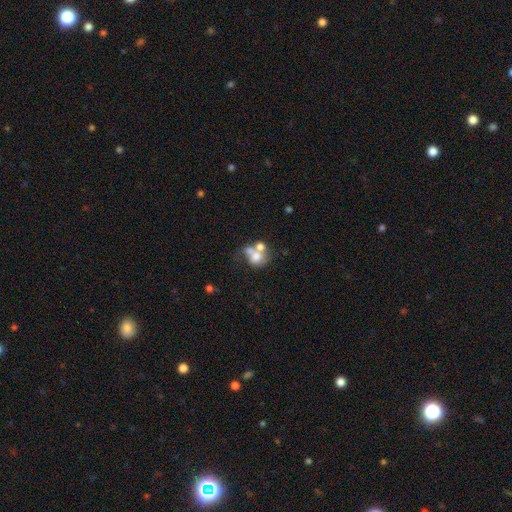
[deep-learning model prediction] Smooth or featured? smooth (60%)
How rounded? round (62%)
Merging? merger (56%)